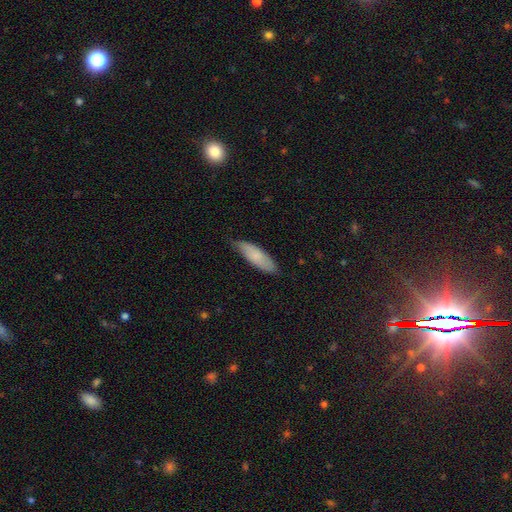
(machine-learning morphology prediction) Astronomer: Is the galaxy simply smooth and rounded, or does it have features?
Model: smooth — 79%.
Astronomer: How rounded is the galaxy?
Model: in between — 52% (runner-up: cigar-shaped, 46%).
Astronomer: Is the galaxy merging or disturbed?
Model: none — 69%.